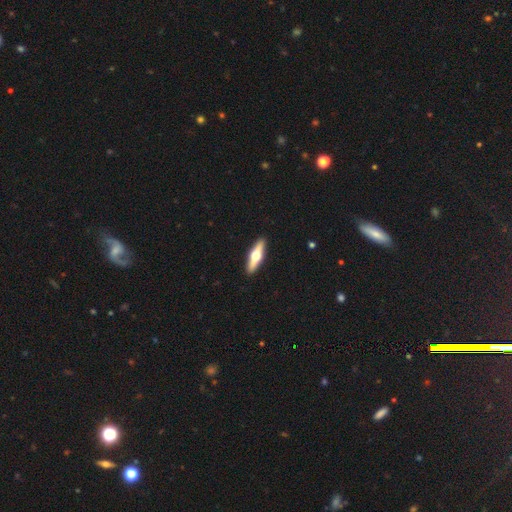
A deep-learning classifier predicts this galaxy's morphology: smooth-or-featured: featured or disk: 62% | smooth: 34% | star or artifact: 5%
  disk-edge-on: yes: 95% | no: 5%
    edge-on-bulge: rounded: 96% | boxy: 2% | none: 2%
  merging: none: 92% | minor disturbance: 5% | major disturbance: 1% | merger: 1%